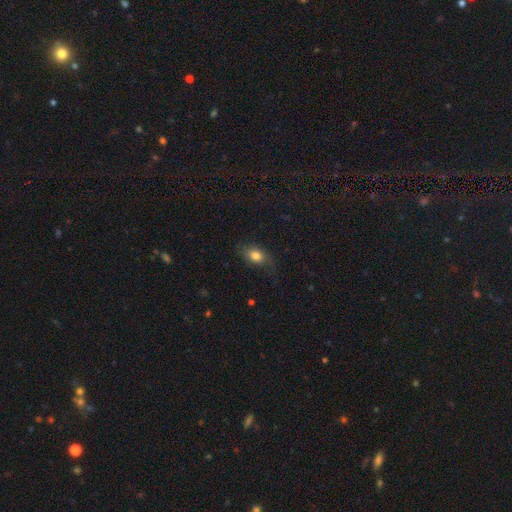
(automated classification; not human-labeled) Smooth or featured? Predicted: smooth (p=0.76). How rounded? Predicted: in between (p=0.78). Merging? Predicted: none (p=0.65).